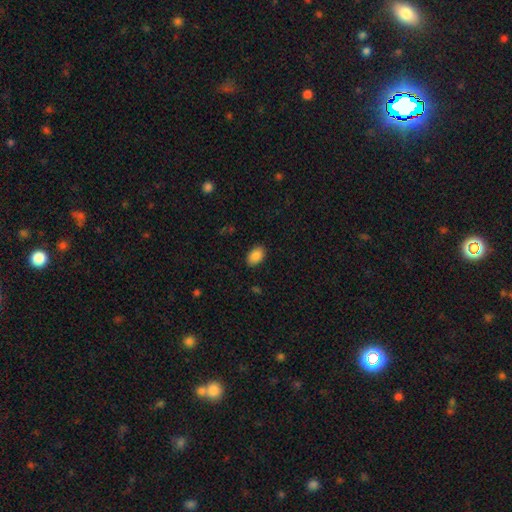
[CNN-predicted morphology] Smooth or featured?
  - smooth: 88% *
  - star or artifact: 8%
  - featured or disk: 5%
How rounded?
  - in between: 88% *
  - round: 11%
  - cigar-shaped: 1%
Merging?
  - none: 87% *
  - minor disturbance: 9%
  - major disturbance: 2%
  - merger: 1%